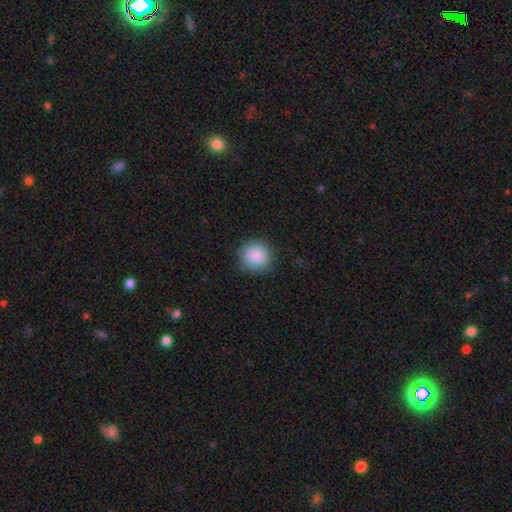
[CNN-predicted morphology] The model was most divided on "merging": none: 87%, minor disturbance: 10%, major disturbance: 3%, merger: 1%. More confident: how rounded — round (91%); smooth or featured — smooth (88%).